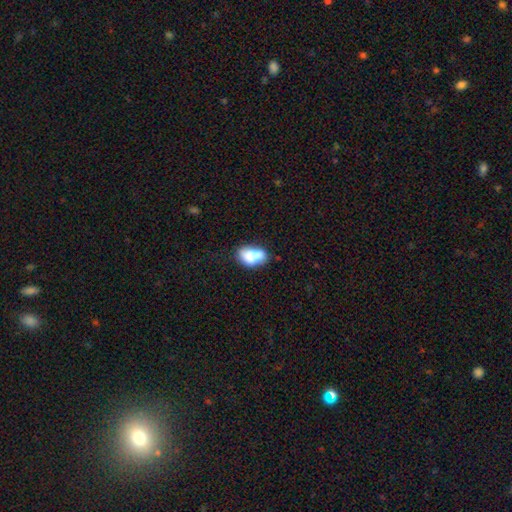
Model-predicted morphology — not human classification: This appears to be a smooth galaxy with no disk features (75%) that is in between round and cigar-shaped (86%). Merging: none (38%).